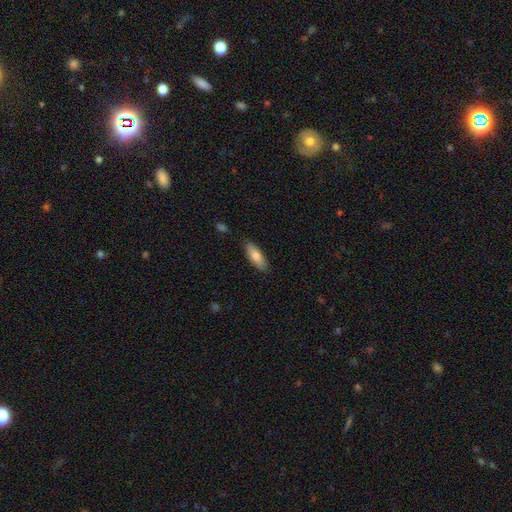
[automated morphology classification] Smooth or featured? smooth (80%)
How rounded? in between (62%)
Merging? none (84%)